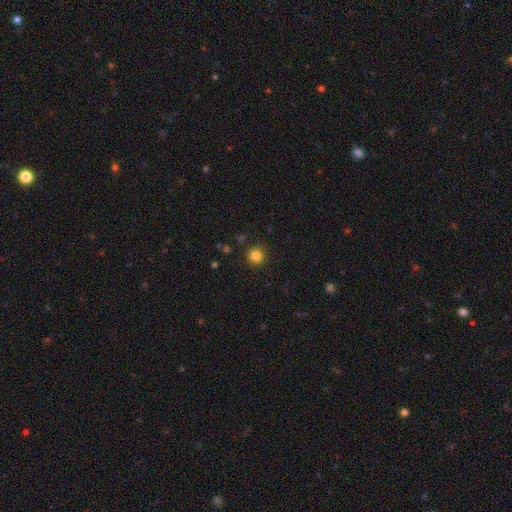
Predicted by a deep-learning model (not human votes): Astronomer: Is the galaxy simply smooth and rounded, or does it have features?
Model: smooth — 83%.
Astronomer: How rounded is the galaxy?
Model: round — 93%.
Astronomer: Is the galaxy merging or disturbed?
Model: none — 90%.